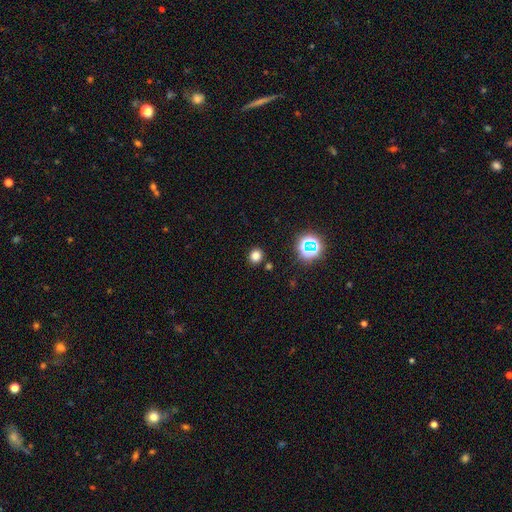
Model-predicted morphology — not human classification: A smooth galaxy with no disk features (76%) that is round (82%).

Vote fractions:
- Smooth or featured? smooth: 76% / star or artifact: 20% / featured or disk: 5%
- How rounded? round: 82% / in between: 17% / cigar-shaped: 1%
- Merging? none: 87% / minor disturbance: 7% / merger: 3% / major disturbance: 3%